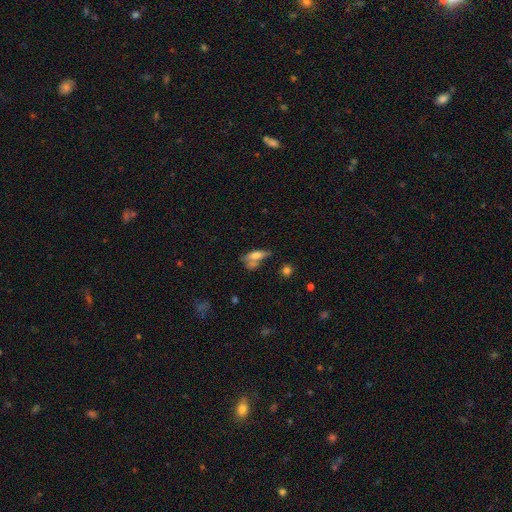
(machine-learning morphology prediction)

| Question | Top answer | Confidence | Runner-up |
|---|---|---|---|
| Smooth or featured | smooth | 60% | featured or disk (30%) |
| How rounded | in between | 58% | cigar-shaped (38%) |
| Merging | none | 40% | merger (28%) |